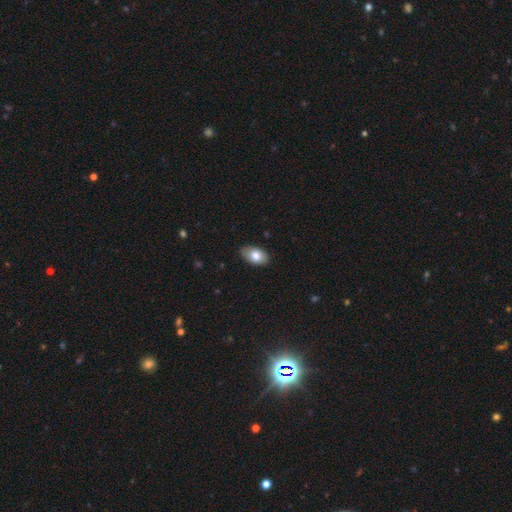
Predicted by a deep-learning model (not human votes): The model was most divided on "smooth or featured": smooth: 77%, featured or disk: 16%, star or artifact: 7%. More confident: how rounded — in between (93%); merging — none (86%).